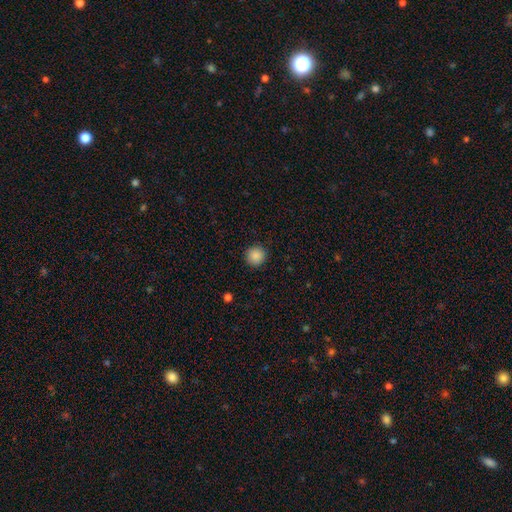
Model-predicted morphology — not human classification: smooth_or_featured: smooth (p=0.88) [alt: star or artifact p=0.09]
how_rounded: round (p=0.94) [alt: in between p=0.05]
merging: none (p=0.92) [alt: minor disturbance p=0.05]